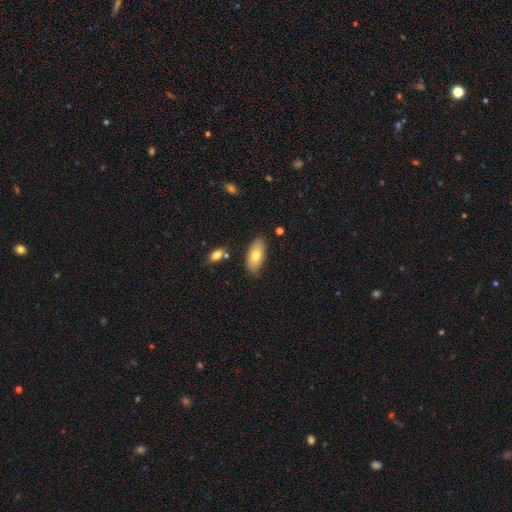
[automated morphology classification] smooth_or_featured: smooth (p=0.72) [alt: featured or disk p=0.21]
how_rounded: in between (p=0.91) [alt: cigar-shaped p=0.06]
merging: none (p=0.81) [alt: minor disturbance p=0.13]